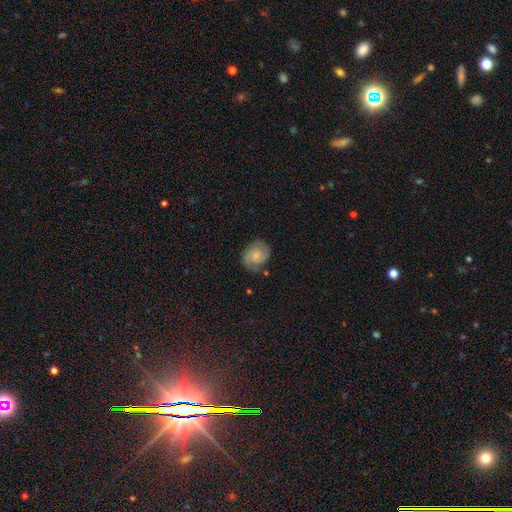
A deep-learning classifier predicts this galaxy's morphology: type=featured or disk (75%); edge-on=no (98%); bar=no (66%); spiral arms=yes (95%); winding=tight (49%); arm count=2 (84%); bulge=small (64%); merging=none (77%).